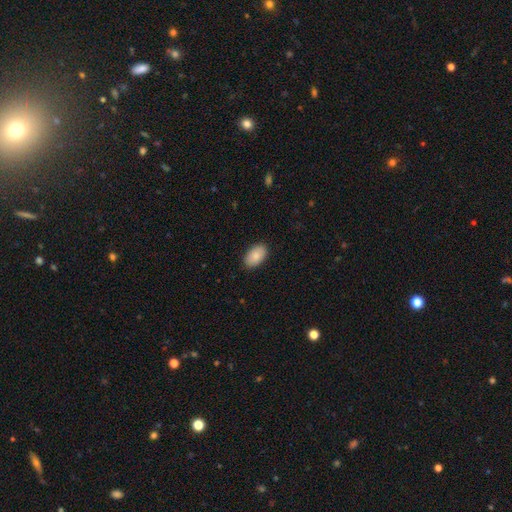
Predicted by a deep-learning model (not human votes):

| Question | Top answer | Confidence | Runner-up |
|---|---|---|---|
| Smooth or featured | smooth | 87% | featured or disk (7%) |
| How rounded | in between | 94% | round (5%) |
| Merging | none | 89% | minor disturbance (8%) |